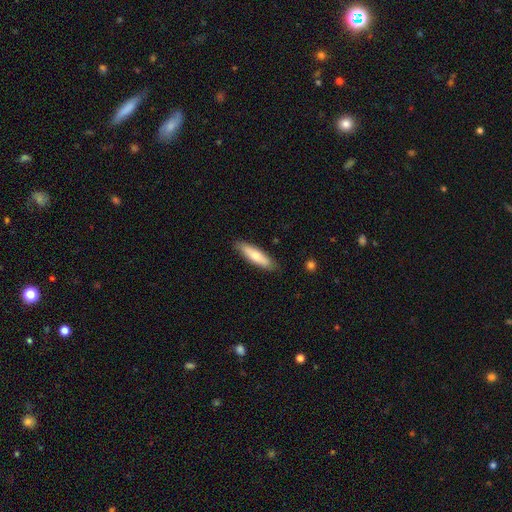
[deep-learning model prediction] This appears to be a smooth galaxy with no disk features (69%) that is cigar-shaped (71%). Merging: none (87%).